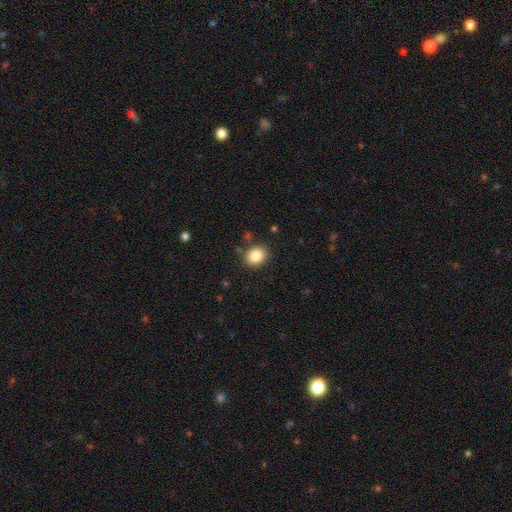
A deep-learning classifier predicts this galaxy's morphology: smooth 86%, star or artifact 9%, featured or disk 5%. Down the decision tree: how rounded — round (56%); merging — none (85%).